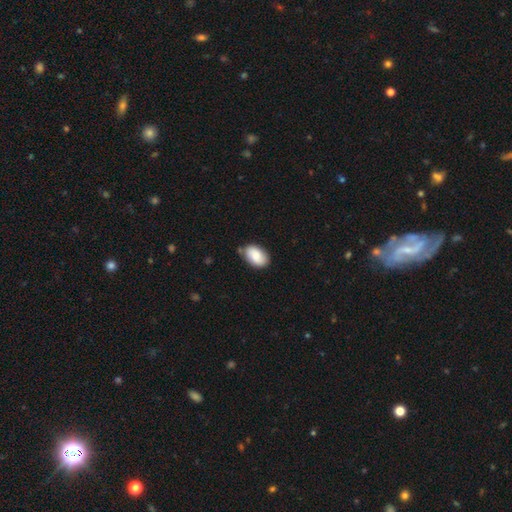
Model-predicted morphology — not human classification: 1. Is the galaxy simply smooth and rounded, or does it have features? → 82% smooth, 12% featured or disk, 6% star or artifact.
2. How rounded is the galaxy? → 92% in between, 6% round, 1% cigar-shaped.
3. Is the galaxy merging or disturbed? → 75% none, 18% minor disturbance, 3% merger, 3% major disturbance.